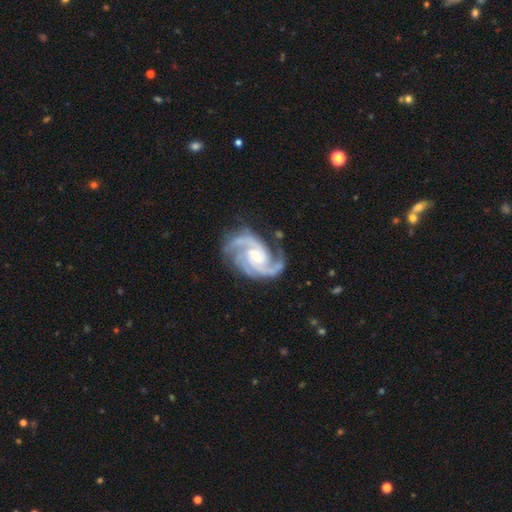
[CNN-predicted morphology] Smooth or featured?
  - featured or disk: 94% *
  - star or artifact: 3%
  - smooth: 2%
Edge-on disk?
  - no: 98% *
  - yes: 2%
Bar?
  - no: 48% *
  - weak: 39%
  - strong: 13%
Spiral arms?
  - yes: 99% *
  - no: 1%
Spiral winding?
  - tight: 48% *
  - medium: 46%
  - loose: 5%
Spiral arm count?
  - 3: 50% *
  - 2: 26%
  - 4: 10%
  - can't tell: 5%
  - more than 4: 4%
  - 1: 4%
Bulge size?
  - small: 54% *
  - moderate: 39%
  - none: 3%
  - large: 2%
  - dominant: 1%
Merging?
  - none: 74% *
  - minor disturbance: 18%
  - major disturbance: 7%
  - merger: 2%